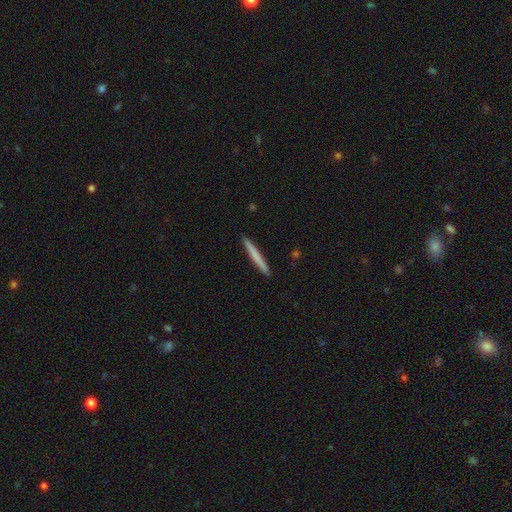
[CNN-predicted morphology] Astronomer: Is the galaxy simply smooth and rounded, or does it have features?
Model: smooth — 70%.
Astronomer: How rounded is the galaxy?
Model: cigar-shaped — 97%.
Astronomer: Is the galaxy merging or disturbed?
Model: none — 93%.